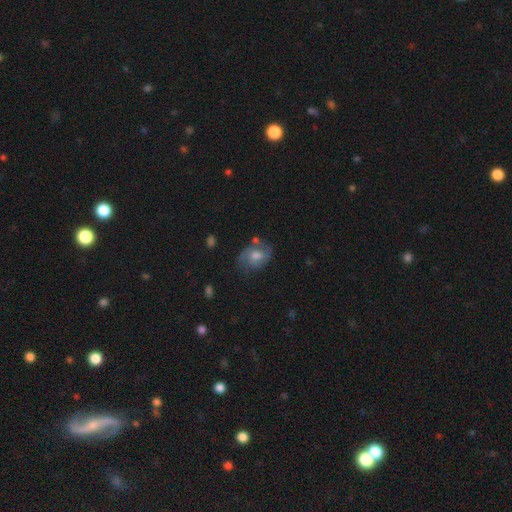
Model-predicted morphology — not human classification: Smooth or featured: featured or disk — 63% (smooth — 27%)
Edge-on disk: no — 97% (yes — 3%)
Bar: no — 64% (weak — 32%)
Spiral arms: yes — 86% (no — 14%)
Spiral winding: medium — 49% (tight — 31%)
Spiral arm count: 2 — 74% (can't tell — 15%)
Bulge size: moderate — 59% (small — 17%)
Merging: none — 66% (minor disturbance — 21%)